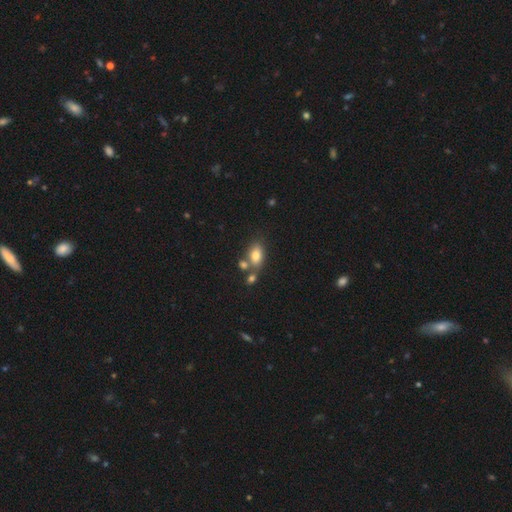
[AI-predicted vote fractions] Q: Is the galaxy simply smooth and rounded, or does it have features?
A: smooth — 78%.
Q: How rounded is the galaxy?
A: in between — 84%.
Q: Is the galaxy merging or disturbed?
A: none — 51%.